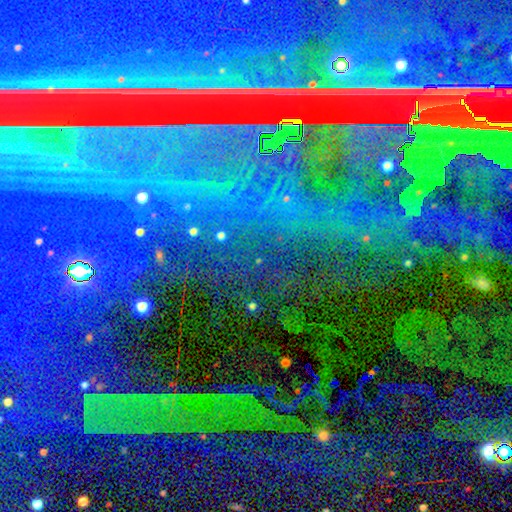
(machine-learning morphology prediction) Smooth or featured? Predicted: star or artifact (p=0.83).